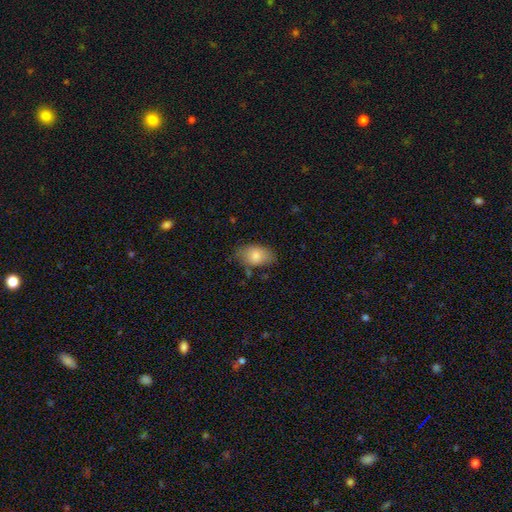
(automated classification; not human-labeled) smooth 81%, featured or disk 12%, star or artifact 7%. Down the decision tree: how rounded — in between (89%); merging — none (69%).